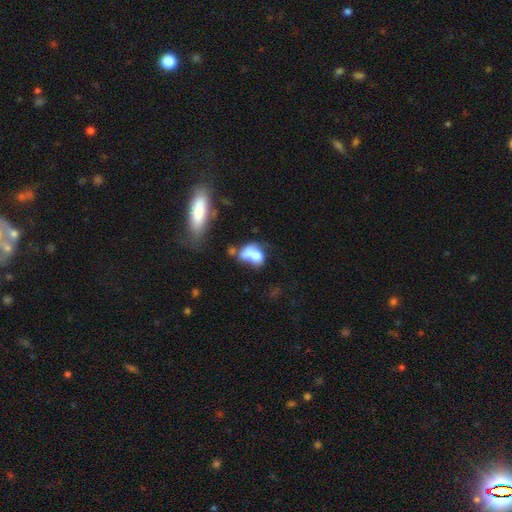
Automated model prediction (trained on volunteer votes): Smooth or featured: smooth — 60% (featured or disk — 28%)
How rounded: in between — 73% (round — 24%)
Merging: merger — 51% (major disturbance — 19%)